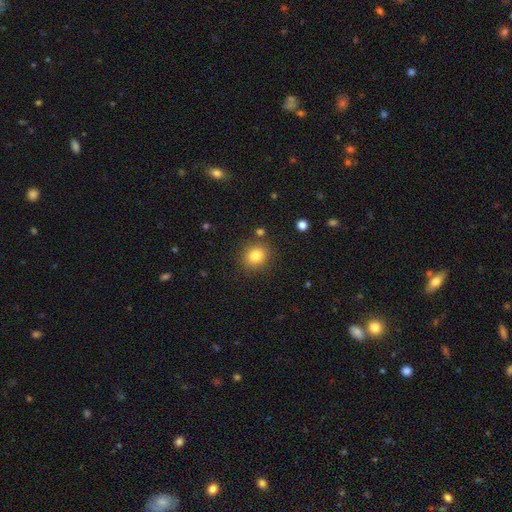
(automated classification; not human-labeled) Overall: smooth (82%). How rounded: round (76%). Merging: none (84%).